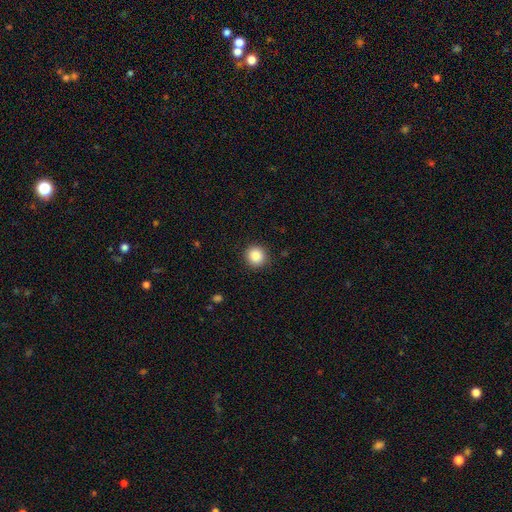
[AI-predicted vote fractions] Smooth or featured? Predicted: smooth (p=0.87). How rounded? Predicted: round (p=0.93). Merging? Predicted: none (p=0.91).